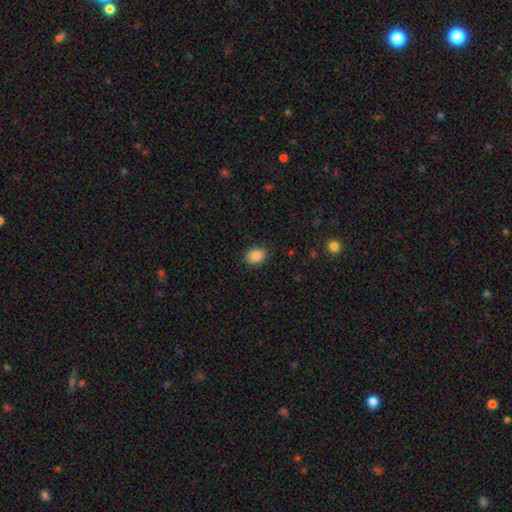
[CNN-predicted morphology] This appears to be a smooth galaxy with no disk features (88%) that is in between round and cigar-shaped (69%). Merging: none (87%).